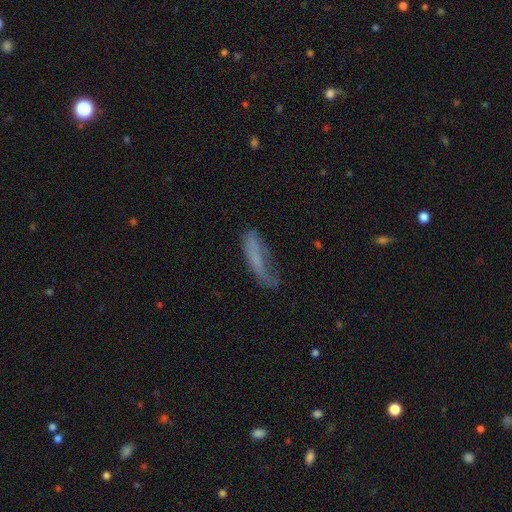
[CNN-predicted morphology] type=smooth (60%); roundness=cigar-shaped (67%); merging=none (40%).